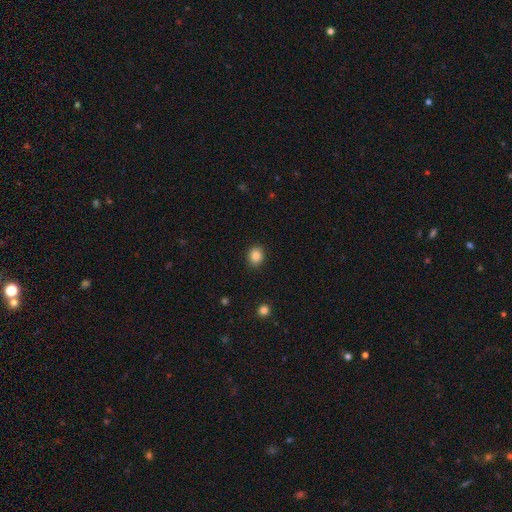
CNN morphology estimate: Smooth or featured: smooth — 85% (star or artifact — 10%)
How rounded: round — 68% (in between — 32%)
Merging: none — 90% (minor disturbance — 7%)